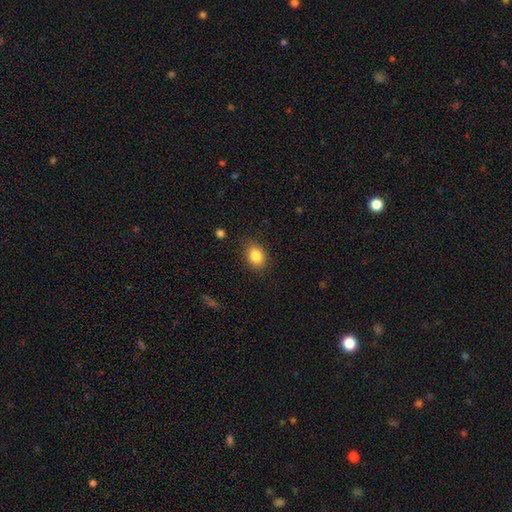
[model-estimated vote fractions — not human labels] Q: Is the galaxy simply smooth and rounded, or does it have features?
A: smooth — 85%.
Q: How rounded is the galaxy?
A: in between — 65%.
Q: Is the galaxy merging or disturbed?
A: none — 86%.